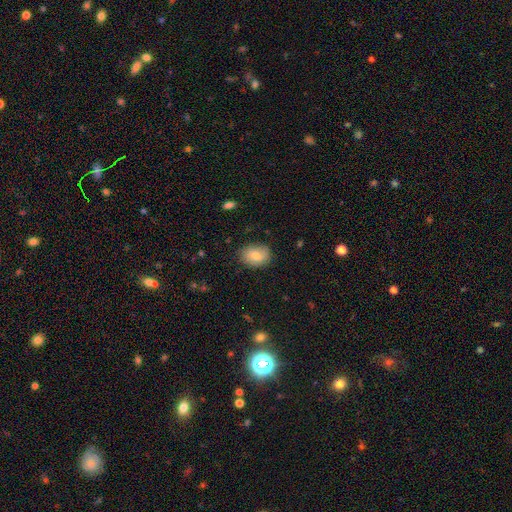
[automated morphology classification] type=smooth (78%); roundness=in between (63%); merging=none (80%).